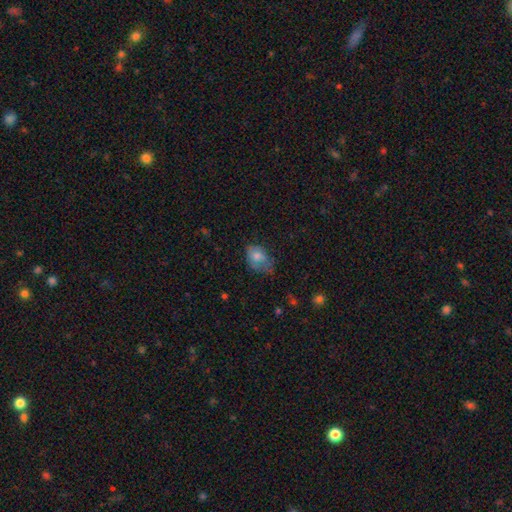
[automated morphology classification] type=smooth (72%); roundness=in between (76%); merging=minor disturbance (38%).